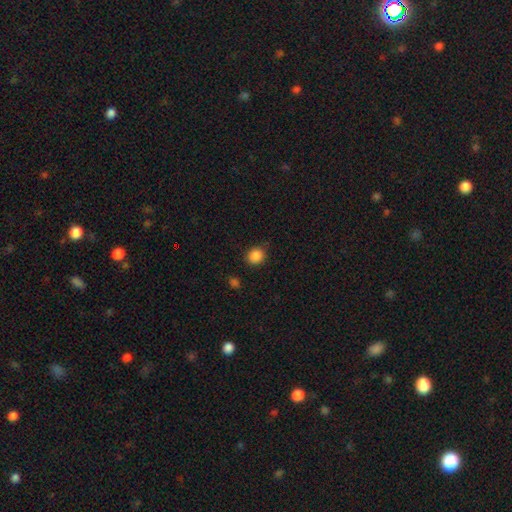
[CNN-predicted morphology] This is clearly a smooth galaxy (87%). How rounded: likely round (78%). Merging: clearly none (84%).